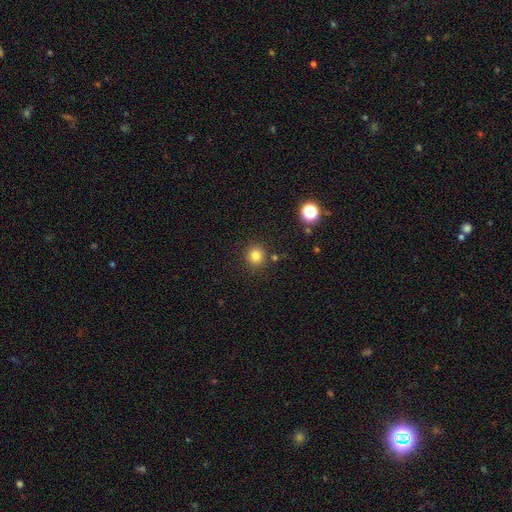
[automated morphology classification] A smooth galaxy with no disk features (81%) that is round (92%).

Vote fractions:
- Smooth or featured? smooth: 81% / star or artifact: 13% / featured or disk: 5%
- How rounded? round: 92% / in between: 7% / cigar-shaped: 1%
- Merging? none: 87% / minor disturbance: 7% / merger: 4% / major disturbance: 2%